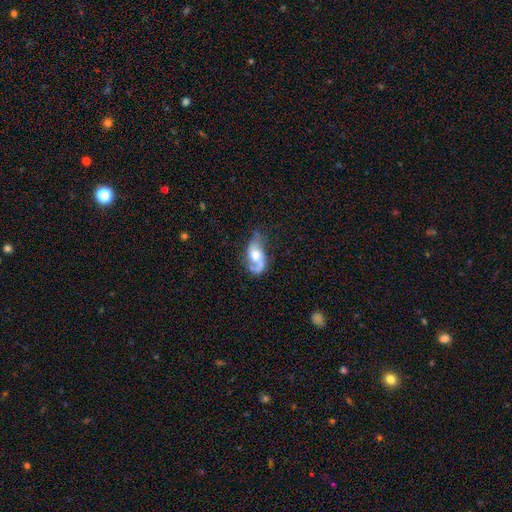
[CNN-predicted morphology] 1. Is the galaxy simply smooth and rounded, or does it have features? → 66% featured or disk, 27% smooth, 7% star or artifact.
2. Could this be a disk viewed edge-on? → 94% no, 6% yes.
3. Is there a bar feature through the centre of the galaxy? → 66% no, 28% weak, 6% strong.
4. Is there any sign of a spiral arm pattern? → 84% yes, 16% no.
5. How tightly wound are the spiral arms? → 50% loose, 36% medium, 15% tight.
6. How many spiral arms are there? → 56% 2, 34% 1, 7% can't tell, 1% 3, 1% 4, 1% more than 4.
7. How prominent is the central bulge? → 47% moderate, 34% large, 11% small, 4% none, 3% dominant.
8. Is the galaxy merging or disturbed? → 42% none, 26% minor disturbance, 25% major disturbance, 7% merger.